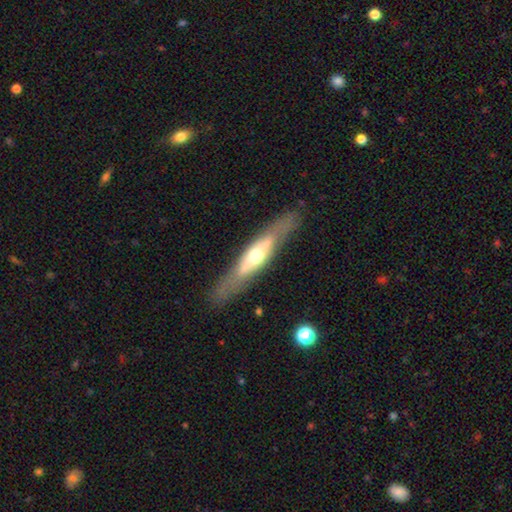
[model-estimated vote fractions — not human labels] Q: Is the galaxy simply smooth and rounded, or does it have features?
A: featured or disk — 64%.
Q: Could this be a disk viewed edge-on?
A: yes — 74%.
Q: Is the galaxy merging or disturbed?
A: none — 83%.